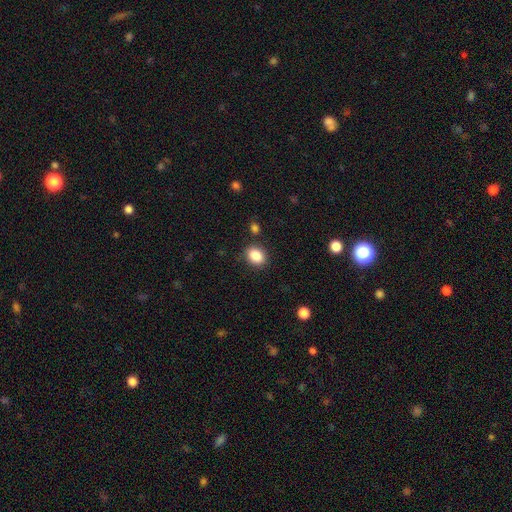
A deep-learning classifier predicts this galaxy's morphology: type=smooth (87%); roundness=in between (63%); merging=none (85%).